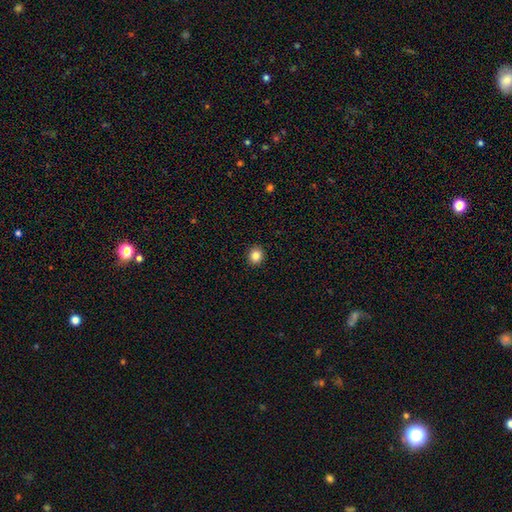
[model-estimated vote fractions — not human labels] Smooth or featured? smooth (84%)
How rounded? round (82%)
Merging? none (93%)